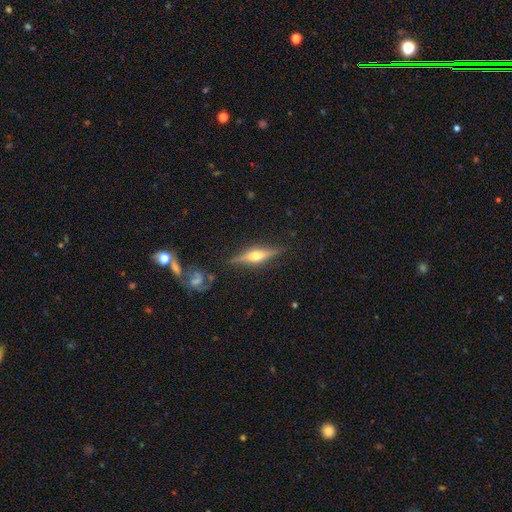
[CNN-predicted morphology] featured or disk 69%, smooth 24%, star or artifact 7%. Down the decision tree: edge-on disk — yes (94%); edge-on bulge — rounded (93%); merging — none (84%).